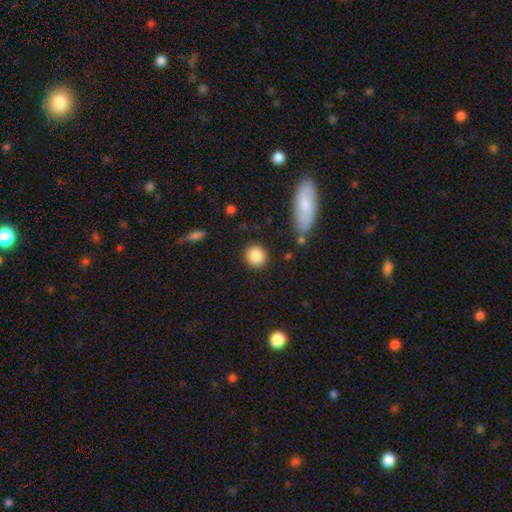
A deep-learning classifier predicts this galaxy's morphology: The model was most divided on "how rounded": round: 87%, in between: 11%, cigar-shaped: 1%. More confident: merging — none (87%); smooth or featured — smooth (87%).